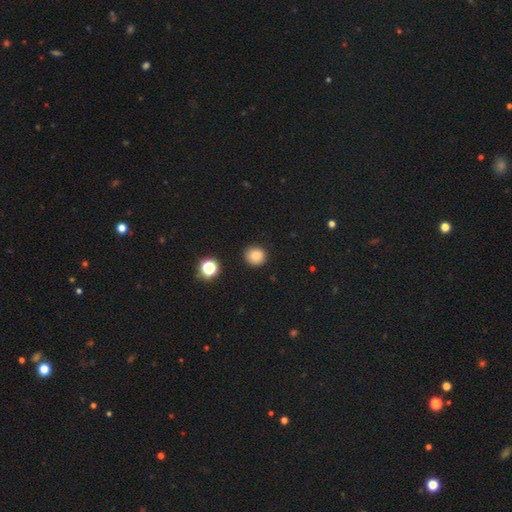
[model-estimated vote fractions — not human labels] Morphology: type=smooth (84%); roundness=round (87%); merging=none (87%).